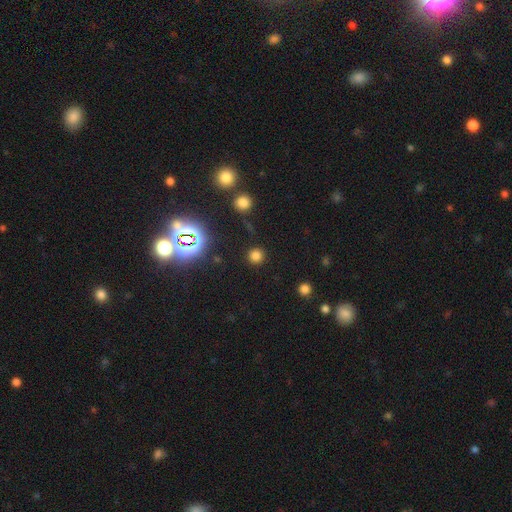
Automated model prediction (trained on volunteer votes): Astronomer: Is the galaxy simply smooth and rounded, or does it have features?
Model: smooth — 73%.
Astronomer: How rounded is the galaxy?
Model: round — 93%.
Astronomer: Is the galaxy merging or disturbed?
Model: none — 89%.